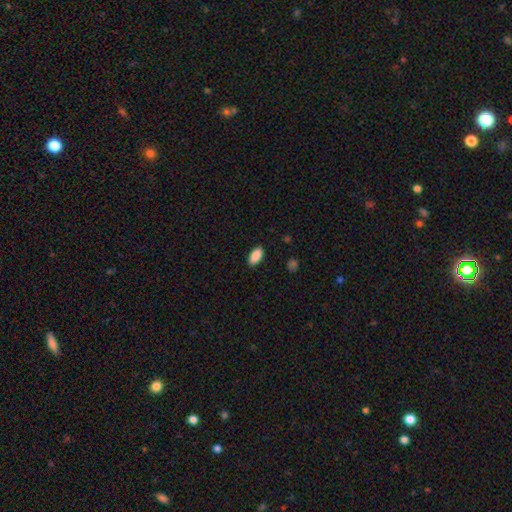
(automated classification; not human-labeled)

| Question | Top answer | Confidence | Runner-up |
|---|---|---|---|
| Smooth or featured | smooth | 90% | star or artifact (7%) |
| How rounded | in between | 93% | cigar-shaped (4%) |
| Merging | none | 88% | minor disturbance (9%) |